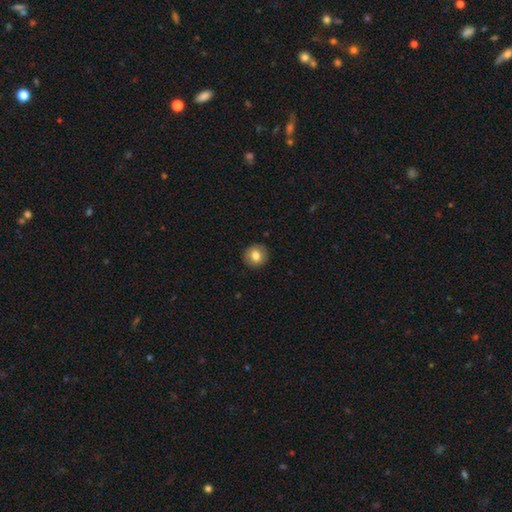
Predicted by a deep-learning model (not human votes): Morphology: type=smooth (81%); roundness=round (92%); merging=none (91%).